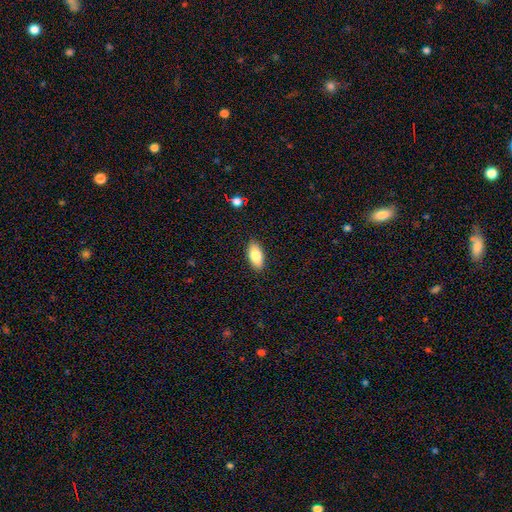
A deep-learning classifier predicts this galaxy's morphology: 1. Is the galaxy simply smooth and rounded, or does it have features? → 82% smooth, 11% featured or disk, 7% star or artifact.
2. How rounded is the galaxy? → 90% in between, 7% cigar-shaped, 3% round.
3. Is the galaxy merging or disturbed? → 89% none, 8% minor disturbance, 2% major disturbance, 1% merger.